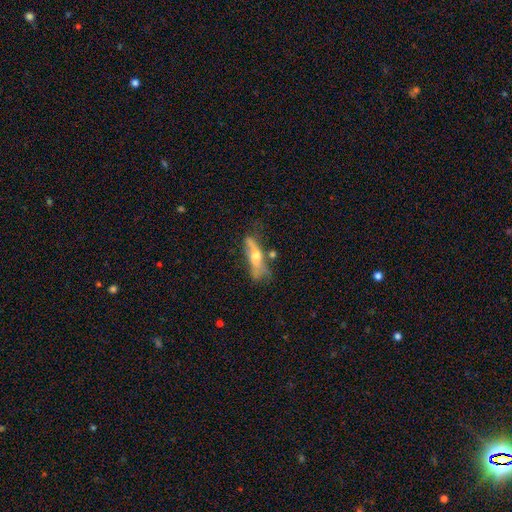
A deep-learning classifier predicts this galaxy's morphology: This is possibly a featured or disk galaxy (57%). It is possibly viewed edge-on (58%). Merging: marginally none (41%).